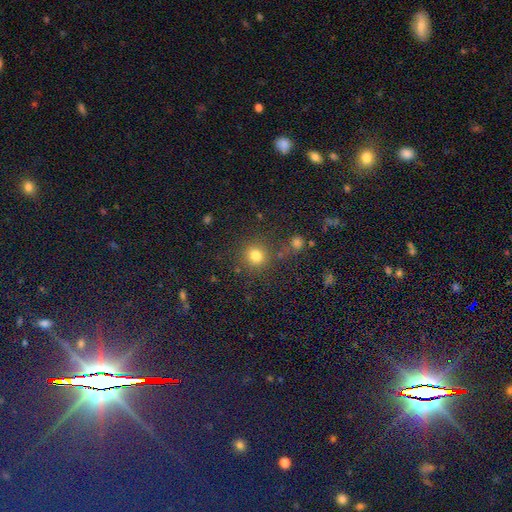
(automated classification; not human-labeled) A smooth galaxy with no disk features (79%) that is round (90%). Merging: none (80%).